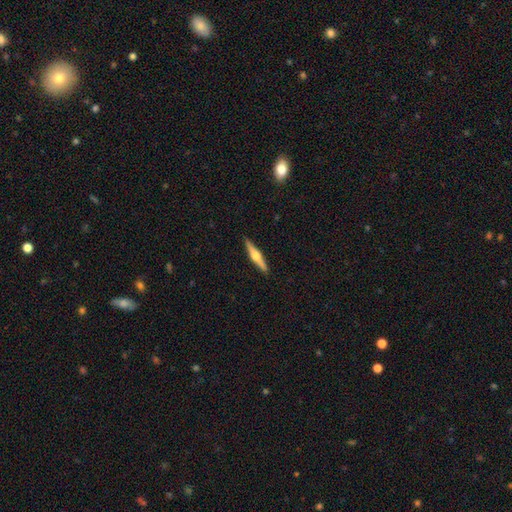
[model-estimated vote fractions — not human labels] The model was most divided on "smooth or featured": featured or disk: 70%, smooth: 26%, star or artifact: 5%. More confident: edge-on disk — yes (98%); edge-on bulge — rounded (93%); merging — none (92%).